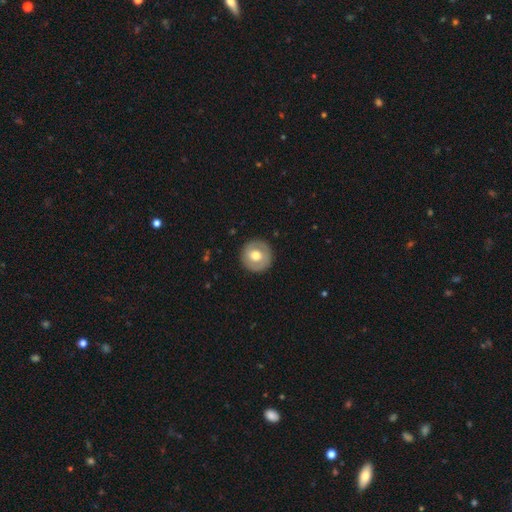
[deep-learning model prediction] smooth_or_featured: smooth (p=0.58) [alt: featured or disk p=0.36]
how_rounded: round (p=0.95) [alt: in between p=0.04]
merging: none (p=0.89) [alt: minor disturbance p=0.07]